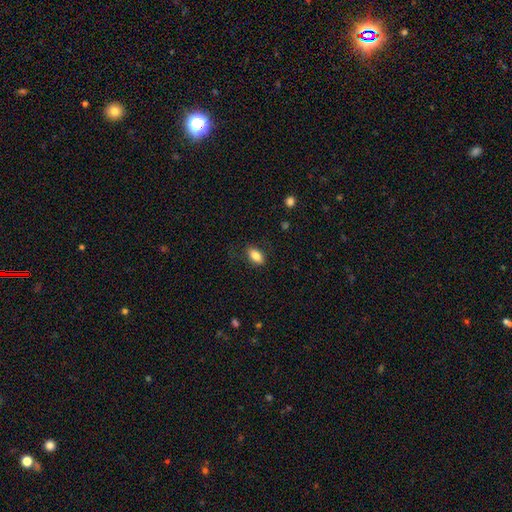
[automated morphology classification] The model was most divided on "merging": none: 80%, minor disturbance: 14%, major disturbance: 4%, merger: 1%. More confident: how rounded — in between (88%); smooth or featured — smooth (84%).